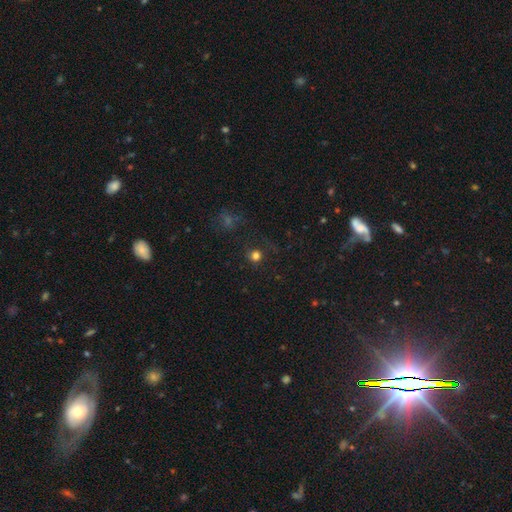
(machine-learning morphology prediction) Smooth or featured? Predicted: smooth (p=0.74). How rounded? Predicted: round (p=0.93). Merging? Predicted: none (p=0.82).